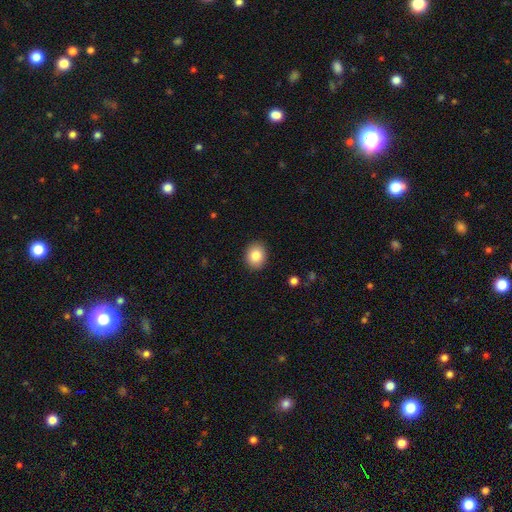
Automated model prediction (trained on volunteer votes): smooth 84%, star or artifact 9%, featured or disk 7%. Down the decision tree: how rounded — round (60%); merging — none (90%).